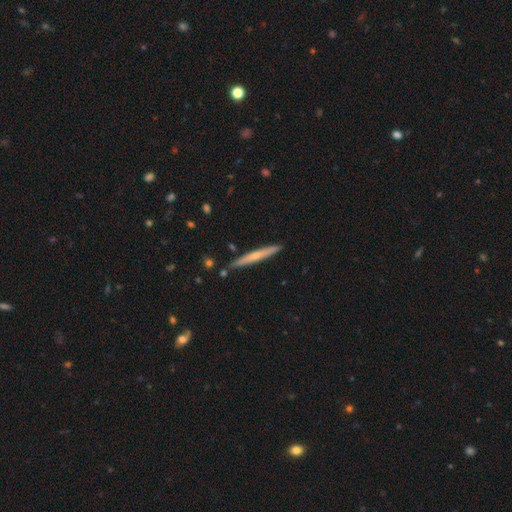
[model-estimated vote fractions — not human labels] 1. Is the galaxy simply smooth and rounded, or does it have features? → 53% featured or disk, 41% smooth, 6% star or artifact.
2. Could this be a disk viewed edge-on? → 96% yes, 4% no.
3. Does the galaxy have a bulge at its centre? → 55% rounded, 41% none, 3% boxy.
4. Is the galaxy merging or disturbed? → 88% none, 8% minor disturbance, 2% merger, 1% major disturbance.